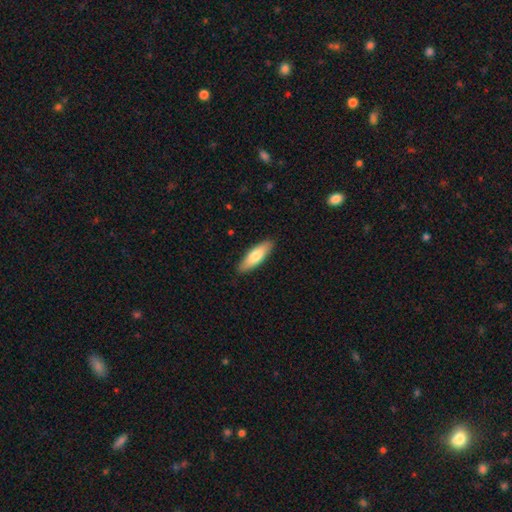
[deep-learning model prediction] Smooth or featured? Predicted: smooth (p=0.74). How rounded? Predicted: cigar-shaped (p=0.50). Merging? Predicted: none (p=0.89).